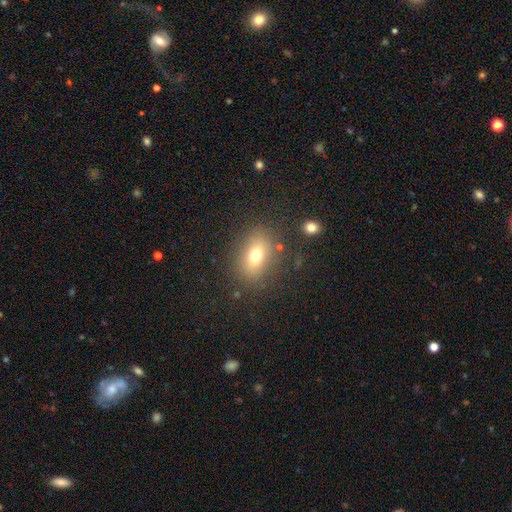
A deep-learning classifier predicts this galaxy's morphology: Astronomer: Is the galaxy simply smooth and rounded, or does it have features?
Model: smooth — 71%.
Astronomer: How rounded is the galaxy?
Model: in between — 72%.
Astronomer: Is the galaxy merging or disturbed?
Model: none — 80%.